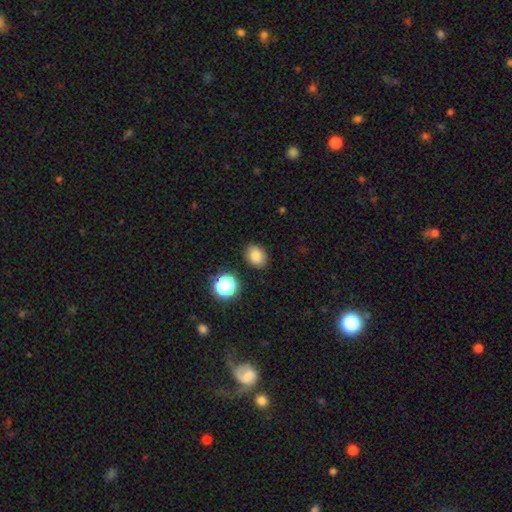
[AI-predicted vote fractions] smooth 82%, star or artifact 12%, featured or disk 6%. Down the decision tree: how rounded — in between (54%); merging — none (86%).